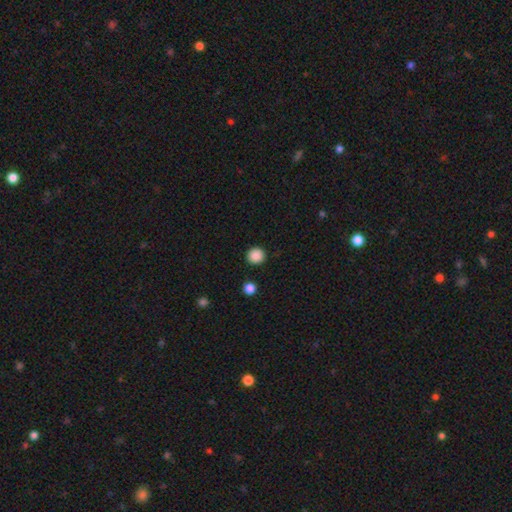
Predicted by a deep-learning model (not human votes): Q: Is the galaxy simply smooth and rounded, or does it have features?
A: smooth — 87%.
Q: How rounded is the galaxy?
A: round — 95%.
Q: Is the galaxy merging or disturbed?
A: none — 92%.